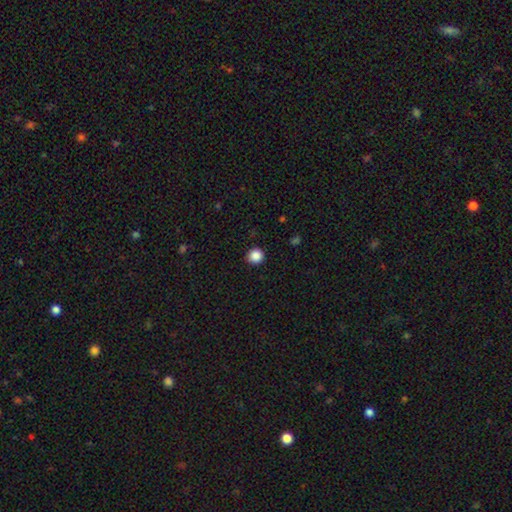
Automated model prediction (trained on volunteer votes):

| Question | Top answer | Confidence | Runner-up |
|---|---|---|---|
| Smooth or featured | smooth | 87% | star or artifact (10%) |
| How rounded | round | 93% | in between (6%) |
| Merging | none | 92% | minor disturbance (6%) |